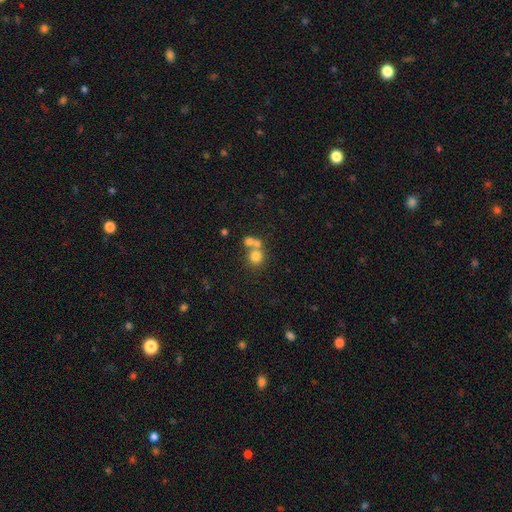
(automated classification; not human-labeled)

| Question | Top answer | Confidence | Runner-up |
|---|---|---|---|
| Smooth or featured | smooth | 73% | star or artifact (14%) |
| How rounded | round | 85% | in between (14%) |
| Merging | merger | 46% | none (45%) |